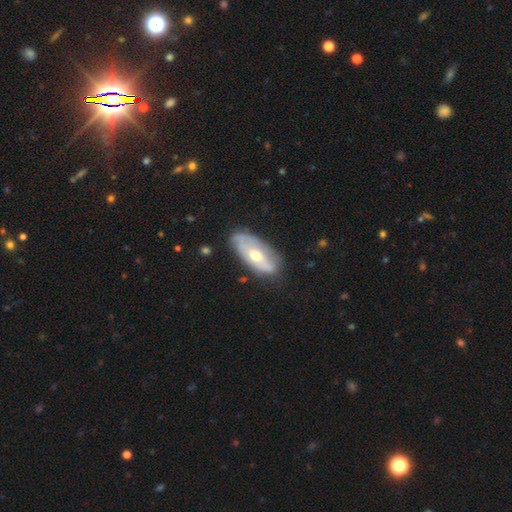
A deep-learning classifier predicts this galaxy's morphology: A featured or disk galaxy (60%) with no bar (67%), spiral arms (59%) and a moderate central bulge (67%). Merging: none (65%).